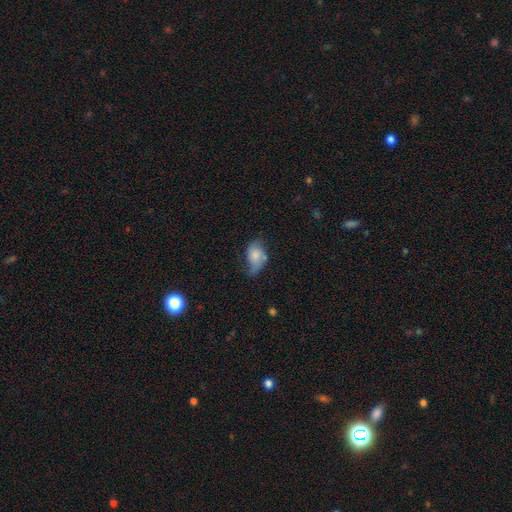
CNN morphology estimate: Overall: smooth (61%; featured or disk 31%). How rounded: in between (85%). Merging: minor disturbance (38%; none 36%).